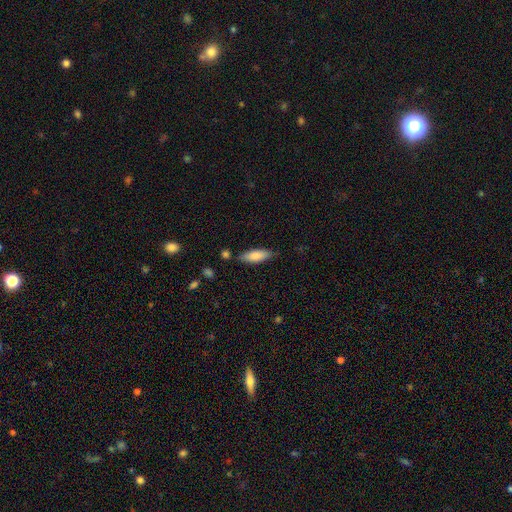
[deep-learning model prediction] This appears to be a smooth galaxy with no disk features (83%) that is in between round and cigar-shaped (57%). Merging: none (78%).